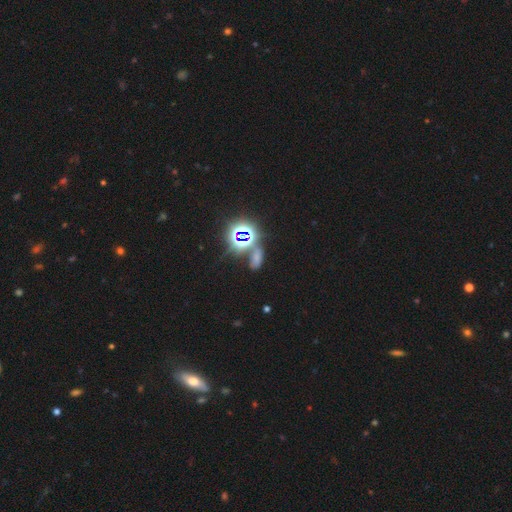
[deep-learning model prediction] Overall: star or artifact (52%; smooth 37%).